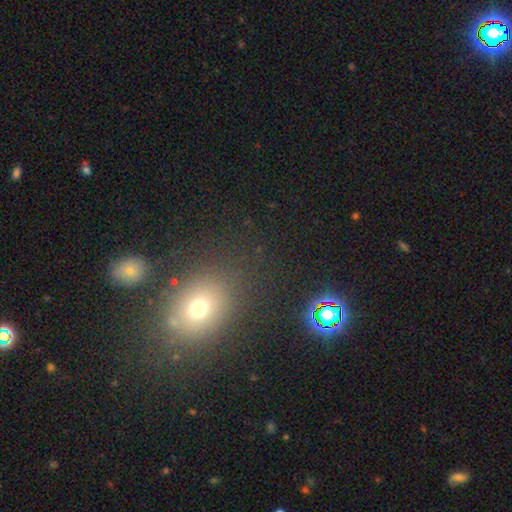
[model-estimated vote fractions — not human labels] Q: Smooth or featured?
A: smooth (56%); runner-up: star or artifact (31%)
Q: How rounded?
A: in between (55%); runner-up: round (43%)
Q: Merging?
A: none (80%); runner-up: minor disturbance (10%)